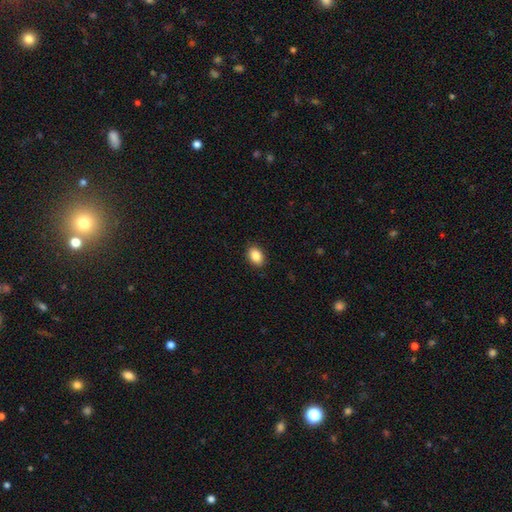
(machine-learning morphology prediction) Q: Smooth or featured?
A: smooth (87%); runner-up: star or artifact (8%)
Q: How rounded?
A: in between (77%); runner-up: round (22%)
Q: Merging?
A: none (90%); runner-up: minor disturbance (8%)